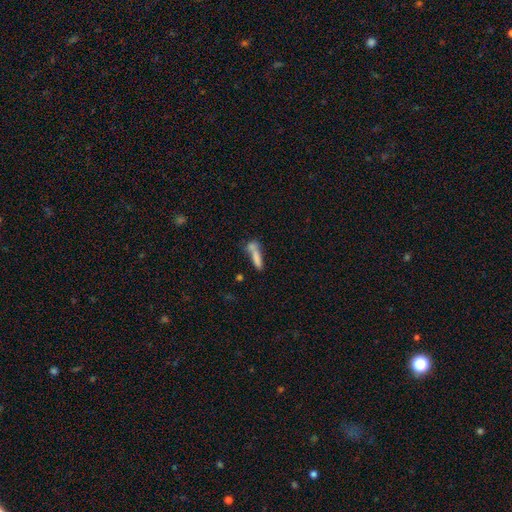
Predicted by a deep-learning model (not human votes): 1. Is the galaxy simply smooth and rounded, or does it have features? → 75% smooth, 16% featured or disk, 9% star or artifact.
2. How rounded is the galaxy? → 75% cigar-shaped, 23% in between, 3% round.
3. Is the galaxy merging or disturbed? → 44% none, 35% merger, 14% minor disturbance, 7% major disturbance.